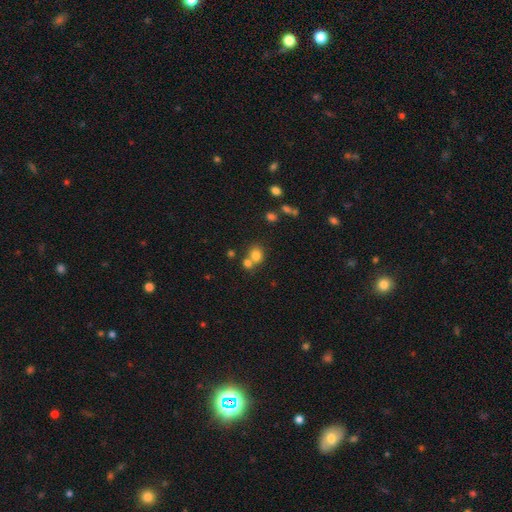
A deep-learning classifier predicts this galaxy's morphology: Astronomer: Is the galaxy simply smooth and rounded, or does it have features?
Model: smooth — 76%.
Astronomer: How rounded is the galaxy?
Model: round — 64%.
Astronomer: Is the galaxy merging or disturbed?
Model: none — 46% (runner-up: merger, 42%).